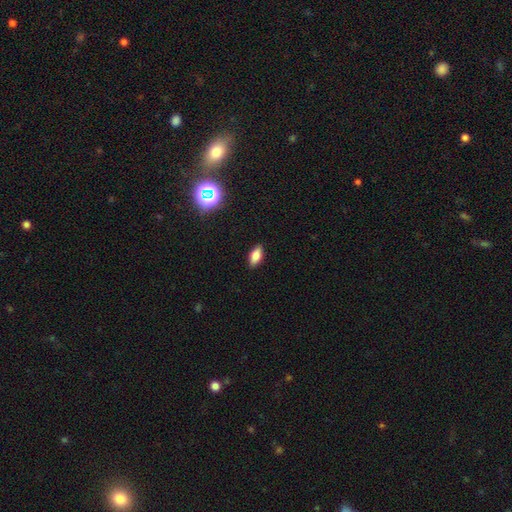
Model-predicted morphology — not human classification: smooth 79%, featured or disk 11%, star or artifact 10%. Down the decision tree: how rounded — in between (86%); merging — none (89%).